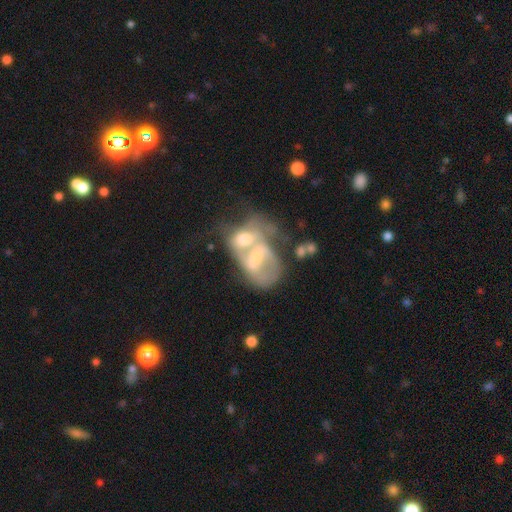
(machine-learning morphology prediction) Overall: featured or disk (65%; smooth 25%). Edge-on disk: no (96%). Bar: no (46%; weak 36%). Spiral arms: yes (50%, tied with no). Bulge size: moderate (46%; small 33%). Merging: merger (70%).